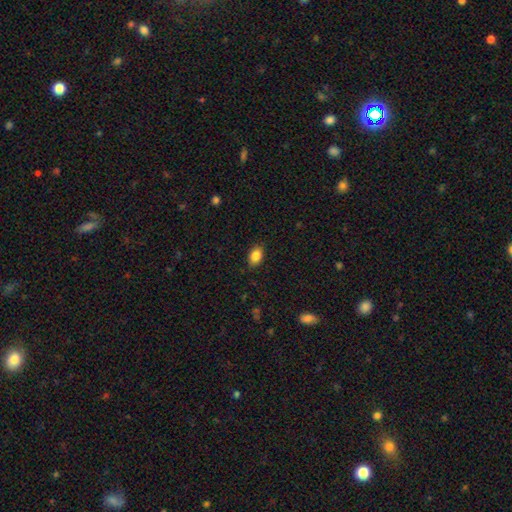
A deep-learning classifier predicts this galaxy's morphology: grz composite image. It shows a smooth galaxy with no disk features (85%) that is in between round and cigar-shaped (86%). Merging: none (87%).